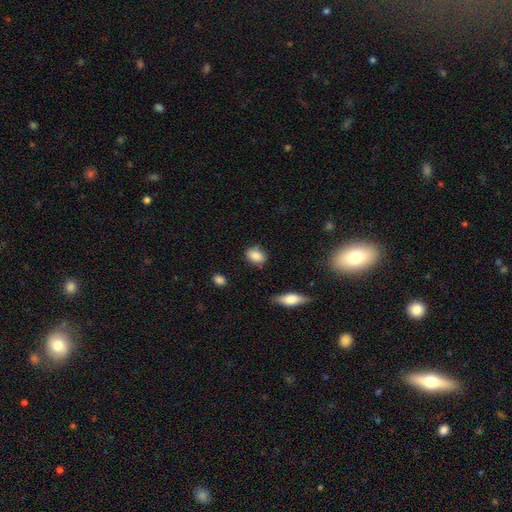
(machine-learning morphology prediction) Smooth or featured: smooth — 86% (star or artifact — 8%)
How rounded: in between — 73% (round — 25%)
Merging: none — 79% (minor disturbance — 16%)